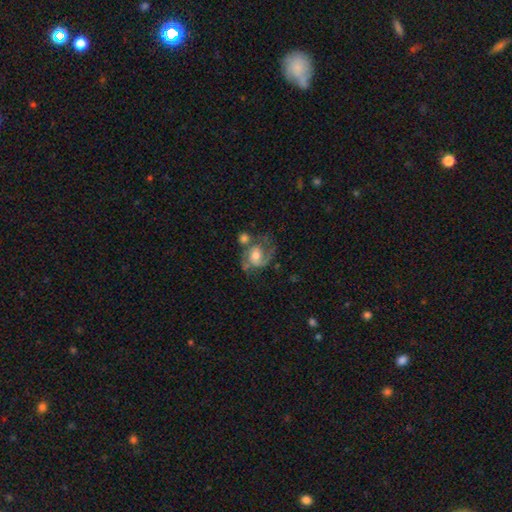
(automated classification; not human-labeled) A featured or disk galaxy (76%) with no bar (58%), 2 (71%) medium (51%) spiral arms (92%) and a moderate central bulge (60%). Merging: none (40%).